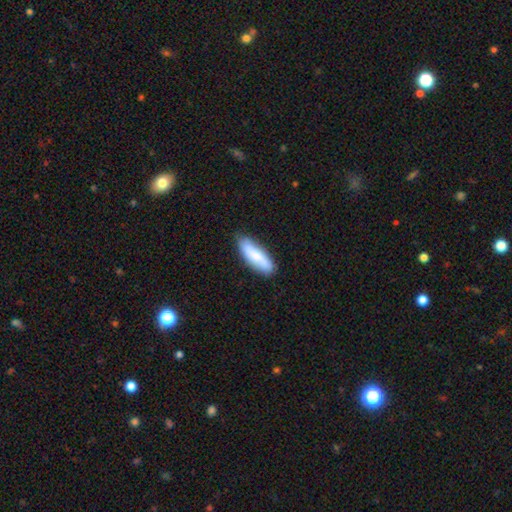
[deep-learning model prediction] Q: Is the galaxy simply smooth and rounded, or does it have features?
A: smooth — 77%.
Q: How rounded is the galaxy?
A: cigar-shaped — 50%.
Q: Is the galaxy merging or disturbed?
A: none — 80%.